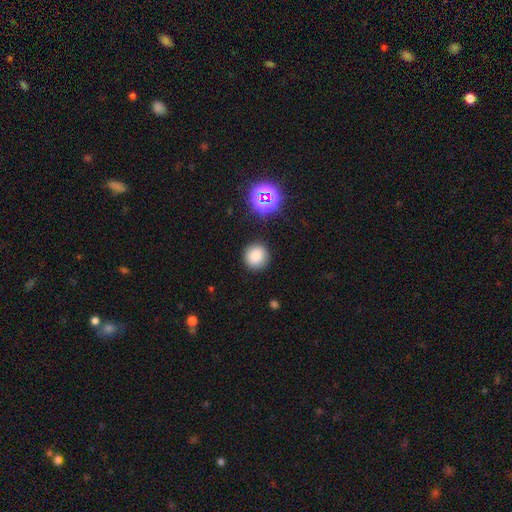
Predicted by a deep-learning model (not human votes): Smooth or featured? Predicted: smooth (p=0.81). How rounded? Predicted: round (p=0.92). Merging? Predicted: none (p=0.89).